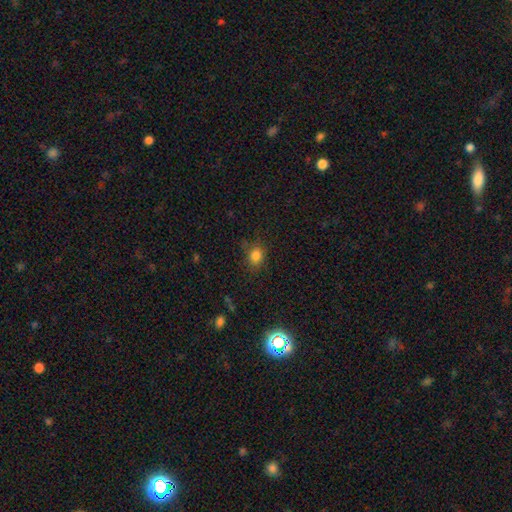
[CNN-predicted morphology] This appears to be a smooth galaxy with no disk features (81%) that is round (59%). Merging: none (77%).